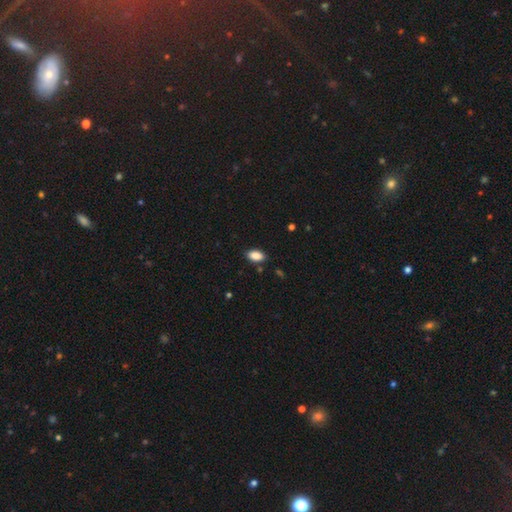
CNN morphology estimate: smooth_or_featured: smooth (p=0.88) [alt: star or artifact p=0.08]
how_rounded: in between (p=0.93) [alt: round p=0.04]
merging: none (p=0.86) [alt: minor disturbance p=0.11]